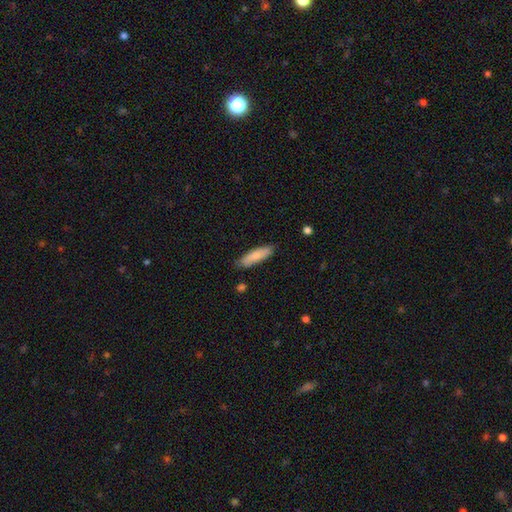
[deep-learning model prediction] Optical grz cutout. It shows a smooth galaxy with no disk features (81%) that is cigar-shaped (61%). Merging: none (83%).